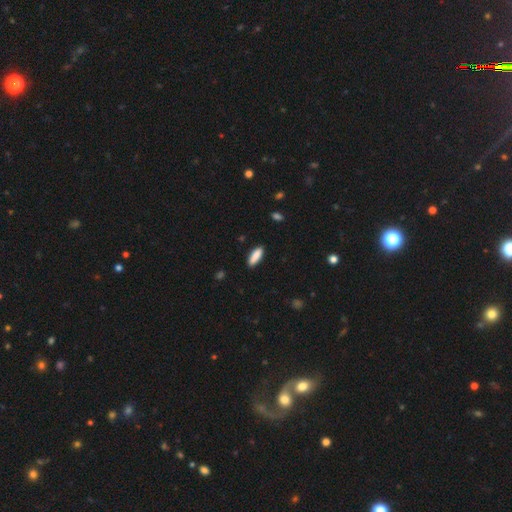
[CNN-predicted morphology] This is clearly a smooth galaxy (88%). How rounded: possibly in between (57%). Merging: clearly none (87%).